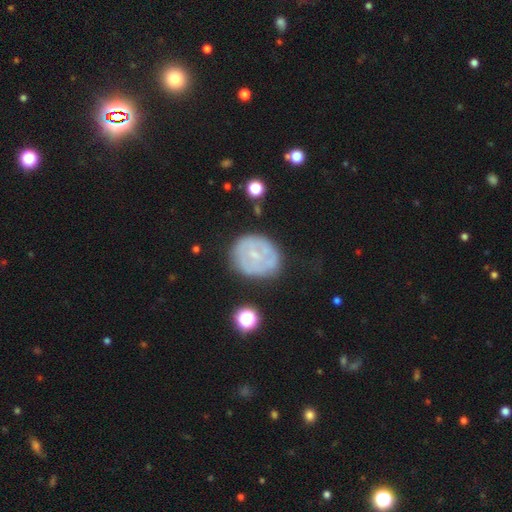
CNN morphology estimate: This is possibly a featured or disk galaxy (51%). It is clearly not viewed edge-on (97%). Merging: likely none (70%).